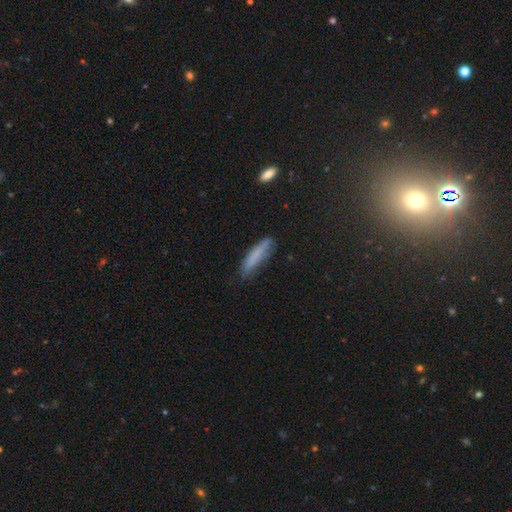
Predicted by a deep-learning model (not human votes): This is likely a smooth galaxy (75%). How rounded: clearly cigar-shaped (84%). Merging: likely none (68%).